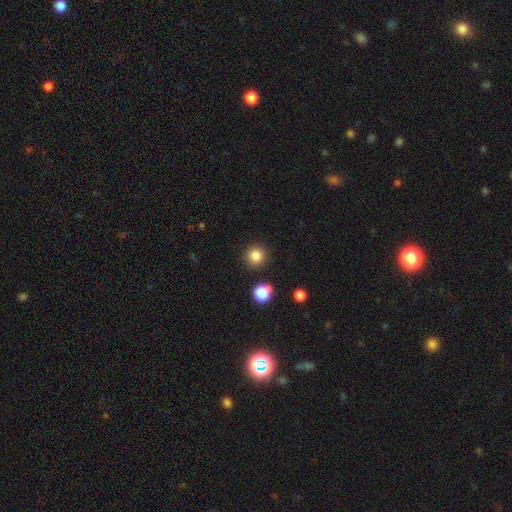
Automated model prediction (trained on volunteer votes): Overall: smooth (84%). How rounded: round (94%). Merging: none (90%).